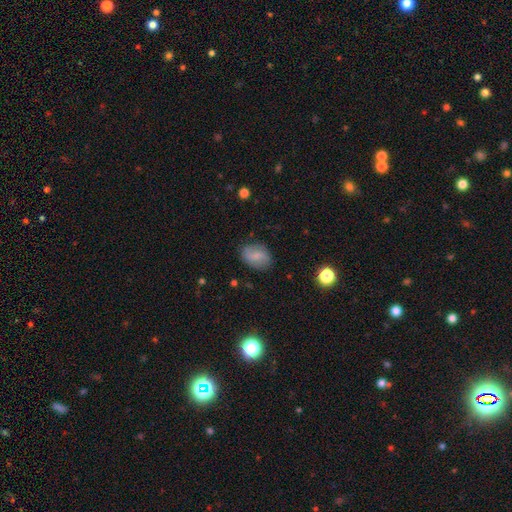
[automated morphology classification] Smooth or featured?
  - smooth: 66% *
  - featured or disk: 26%
  - star or artifact: 8%
How rounded?
  - in between: 75% *
  - round: 23%
  - cigar-shaped: 2%
Merging?
  - none: 81% *
  - minor disturbance: 14%
  - major disturbance: 4%
  - merger: 1%